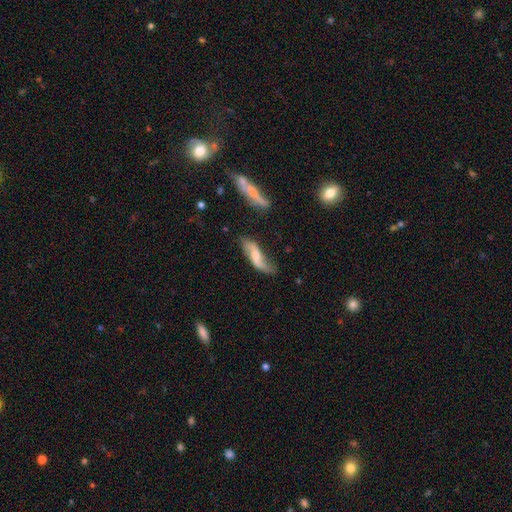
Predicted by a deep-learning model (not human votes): This appears to be a featured or disk galaxy (64%) with no bar (48%), spiral arms (90%) and a moderate central bulge (41%). Merging: none (59%).